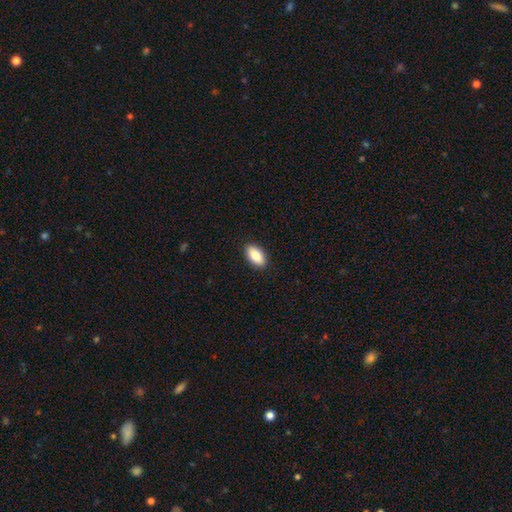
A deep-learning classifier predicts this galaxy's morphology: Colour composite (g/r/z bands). It shows a smooth galaxy with no disk features (88%) that is in between round and cigar-shaped (93%). Merging: none (90%).